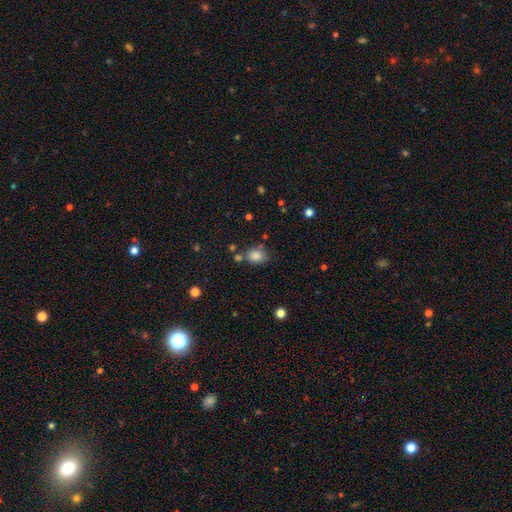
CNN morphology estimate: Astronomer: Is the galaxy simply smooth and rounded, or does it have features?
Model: smooth — 83%.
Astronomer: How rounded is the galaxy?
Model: in between — 52% (runner-up: round, 47%).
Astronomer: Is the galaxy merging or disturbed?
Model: none — 67%.